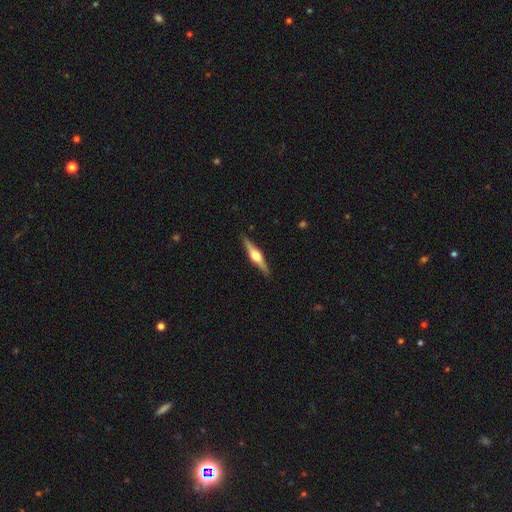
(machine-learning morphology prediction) smooth-or-featured: featured or disk: 74% | smooth: 21% | star or artifact: 5%
  disk-edge-on: yes: 98% | no: 2%
    edge-on-bulge: rounded: 94% | boxy: 4% | none: 2%
  merging: none: 90% | minor disturbance: 7% | major disturbance: 2% | merger: 1%